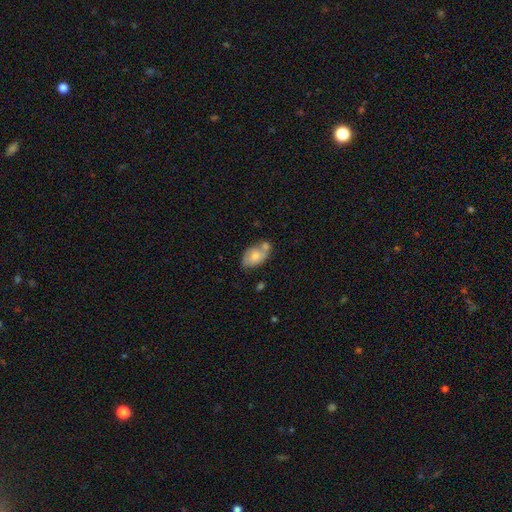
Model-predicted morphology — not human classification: A smooth galaxy with no disk features (60%) that is in between round and cigar-shaped (89%). Merging: none (40%).